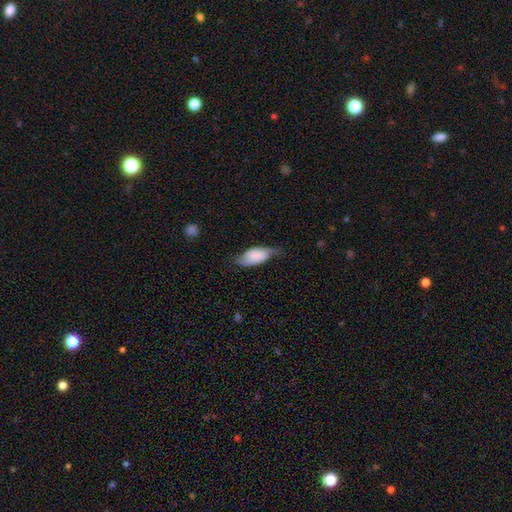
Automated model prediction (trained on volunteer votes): Q: Smooth or featured?
A: smooth (59%); runner-up: featured or disk (34%)
Q: How rounded?
A: in between (89%); runner-up: cigar-shaped (8%)
Q: Merging?
A: none (50%); runner-up: minor disturbance (34%)